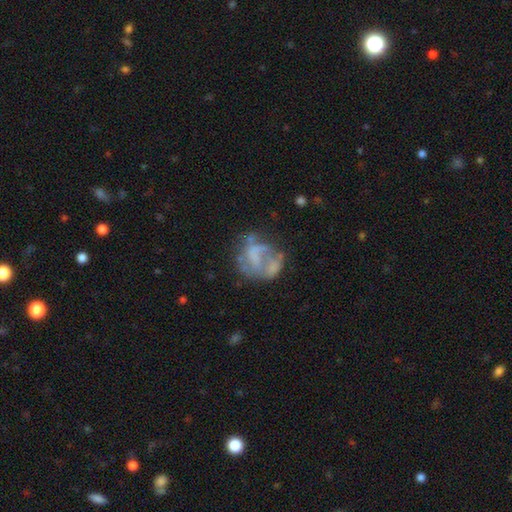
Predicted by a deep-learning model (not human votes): Q: Smooth or featured?
A: featured or disk (57%); runner-up: smooth (31%)
Q: Edge-on disk?
A: no (98%); runner-up: yes (2%)
Q: Bar?
A: no (76%); runner-up: weak (17%)
Q: Spiral arms?
A: no (75%); runner-up: yes (25%)
Q: Bulge size?
A: none (71%); runner-up: small (12%)
Q: Merging?
A: none (40%); runner-up: major disturbance (28%)